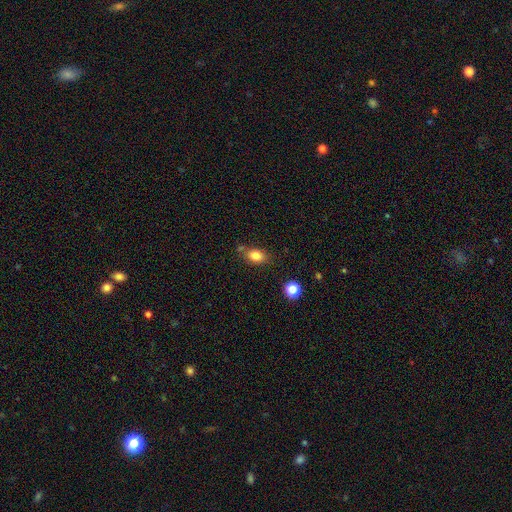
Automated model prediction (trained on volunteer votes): A smooth galaxy with no disk features (82%) that is in between round and cigar-shaped (77%). Merging: none (69%).